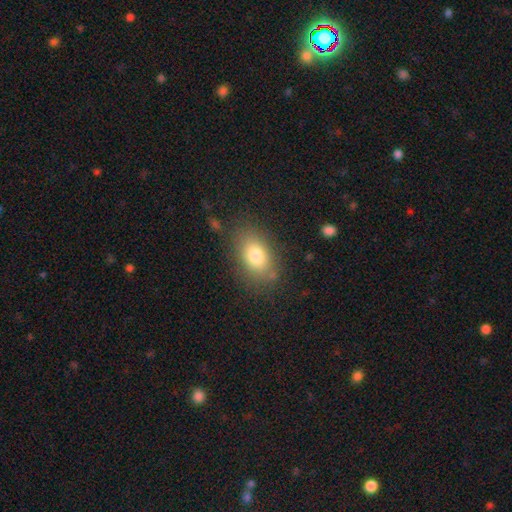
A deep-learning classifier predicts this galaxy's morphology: This is likely a smooth galaxy (79%). How rounded: clearly in between (85%). Merging: likely none (78%).